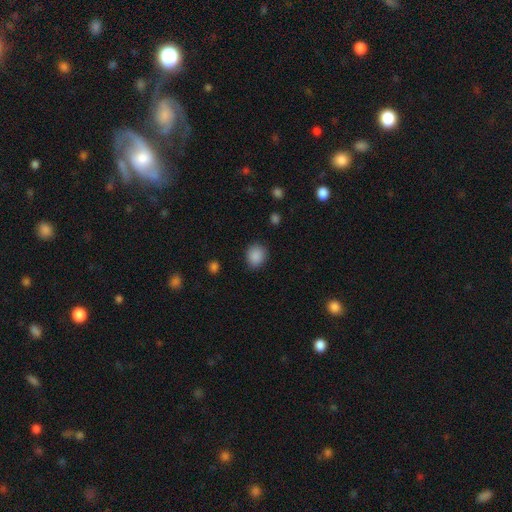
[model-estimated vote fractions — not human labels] Smooth or featured? Predicted: smooth (p=0.88). How rounded? Predicted: round (p=0.73). Merging? Predicted: none (p=0.85).